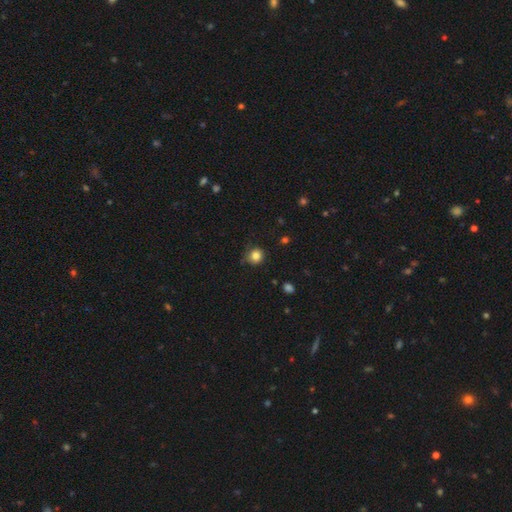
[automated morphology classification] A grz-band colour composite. It shows a smooth galaxy with no disk features (83%) that is round (89%). Merging: none (78%).